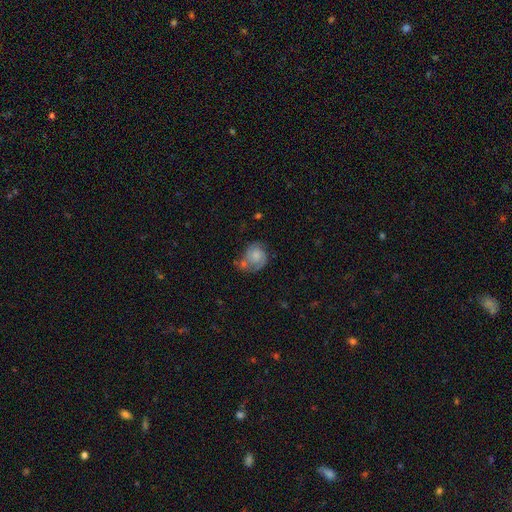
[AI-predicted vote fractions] Smooth or featured?
  - featured or disk: 47% *
  - smooth: 44%
  - star or artifact: 8%
Merging?
  - none: 39% *
  - minor disturbance: 24%
  - merger: 23%
  - major disturbance: 15%